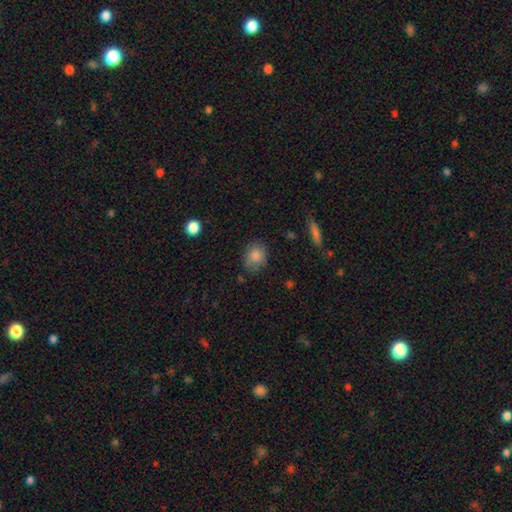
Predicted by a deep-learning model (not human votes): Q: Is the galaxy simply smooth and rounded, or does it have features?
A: smooth — 84%.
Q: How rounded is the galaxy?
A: round — 52%.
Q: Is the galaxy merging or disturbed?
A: none — 73%.